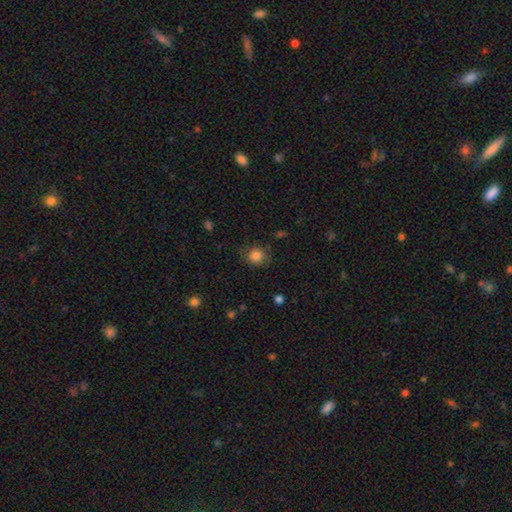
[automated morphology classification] smooth 84%, star or artifact 11%, featured or disk 5%. Down the decision tree: how rounded — round (85%); merging — none (78%).